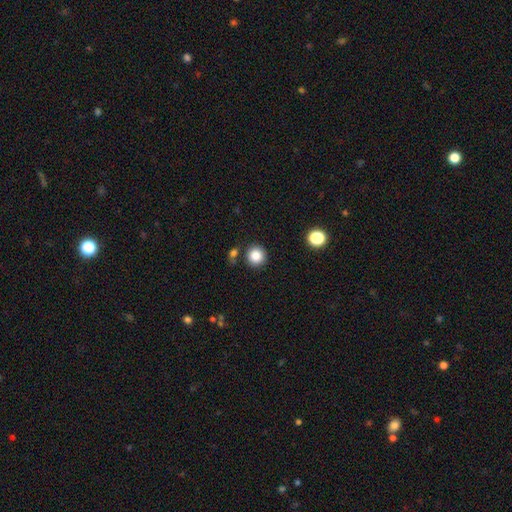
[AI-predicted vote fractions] Q: Smooth or featured?
A: smooth (85%); runner-up: star or artifact (10%)
Q: How rounded?
A: round (93%); runner-up: in between (6%)
Q: Merging?
A: none (85%); runner-up: minor disturbance (7%)